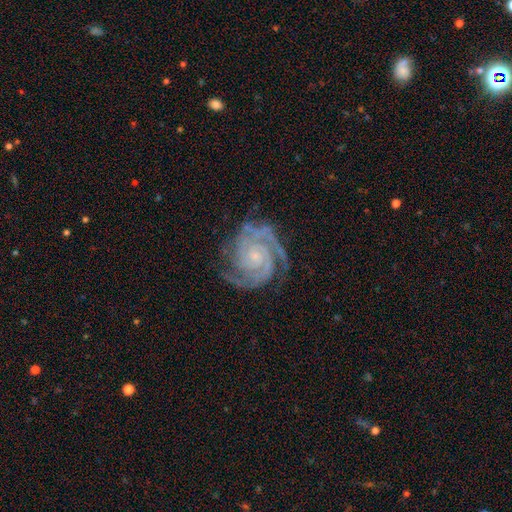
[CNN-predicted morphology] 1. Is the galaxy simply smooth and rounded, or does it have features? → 93% featured or disk, 4% star or artifact, 3% smooth.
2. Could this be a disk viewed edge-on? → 98% no, 2% yes.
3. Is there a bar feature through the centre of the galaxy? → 70% no, 23% weak, 8% strong.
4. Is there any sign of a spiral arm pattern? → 99% yes, 1% no.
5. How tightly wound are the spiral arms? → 75% tight, 23% medium, 2% loose.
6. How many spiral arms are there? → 50% 2, 27% 3, 7% 4, 7% can't tell, 5% more than 4, 5% 1.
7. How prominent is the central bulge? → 70% small, 18% moderate, 9% none, 2% large, 1% dominant.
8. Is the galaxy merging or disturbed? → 77% none, 16% minor disturbance, 6% major disturbance, 1% merger.